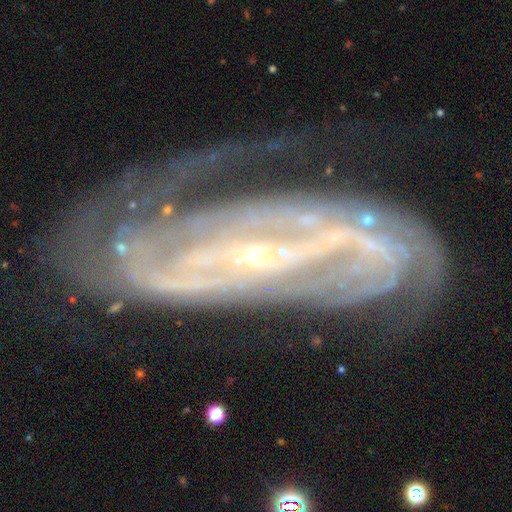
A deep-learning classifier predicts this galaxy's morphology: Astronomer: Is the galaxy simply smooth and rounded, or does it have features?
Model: featured or disk — 88%.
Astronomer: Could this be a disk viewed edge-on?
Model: no — 92%.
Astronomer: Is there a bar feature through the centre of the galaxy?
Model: strong — 36% (runner-up: weak, 33%).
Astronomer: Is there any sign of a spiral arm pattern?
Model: yes — 96%.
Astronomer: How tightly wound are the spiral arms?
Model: tight — 59%.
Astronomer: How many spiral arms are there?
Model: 2 — 43% (runner-up: can't tell, 22%).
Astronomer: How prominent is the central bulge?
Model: small — 84%.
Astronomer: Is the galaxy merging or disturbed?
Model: none — 73%.